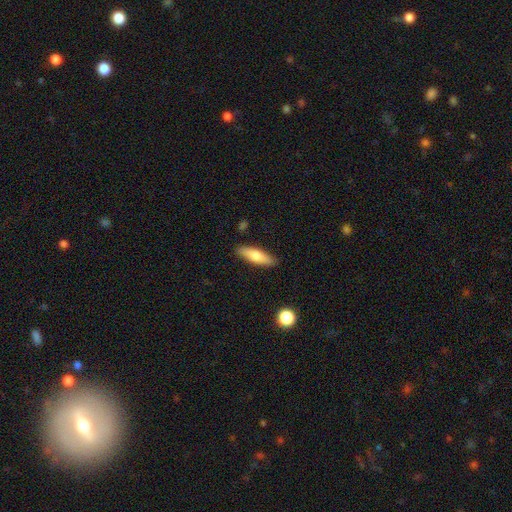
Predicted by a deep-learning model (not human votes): Morphology: type=smooth (72%); roundness=cigar-shaped (53%); merging=none (87%).